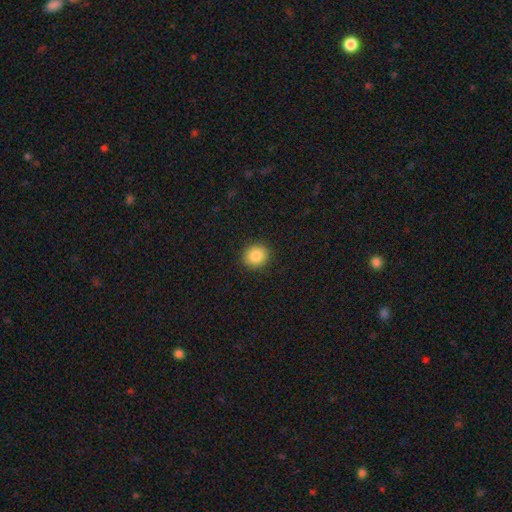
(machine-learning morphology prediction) This is clearly a smooth galaxy (86%). How rounded: likely round (77%). Merging: clearly none (91%).